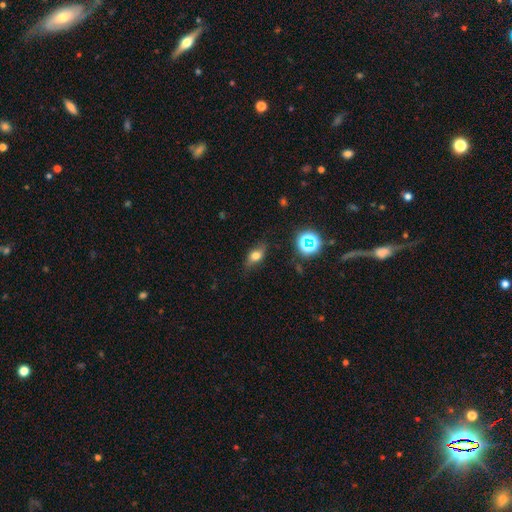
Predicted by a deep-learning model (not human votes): This is likely a smooth galaxy (60%). How rounded: likely in between (72%). Merging: likely none (77%).